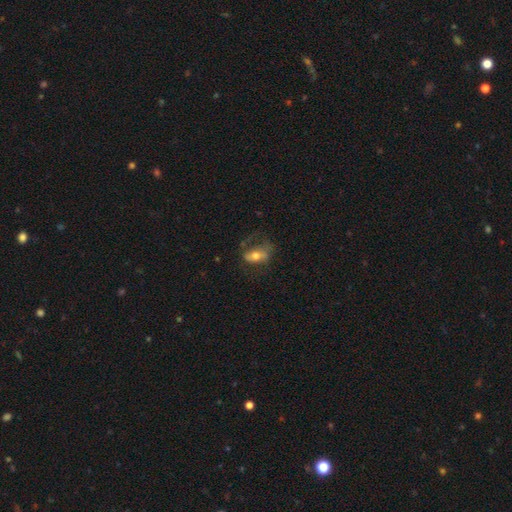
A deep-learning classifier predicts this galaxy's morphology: type=smooth (52%); roundness=in between (83%); merging=none (43%).